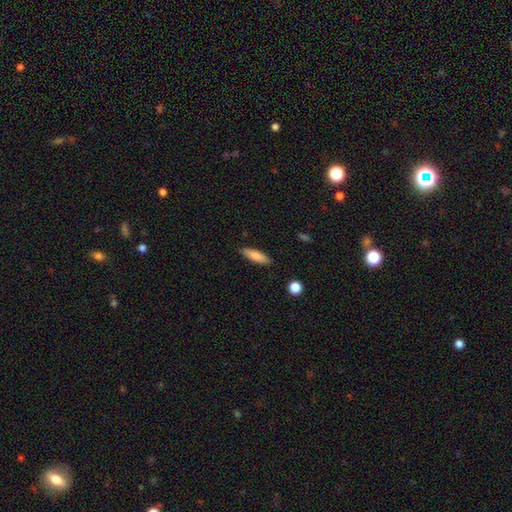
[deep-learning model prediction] Smooth or featured? smooth (83%)
How rounded? cigar-shaped (57%)
Merging? none (85%)